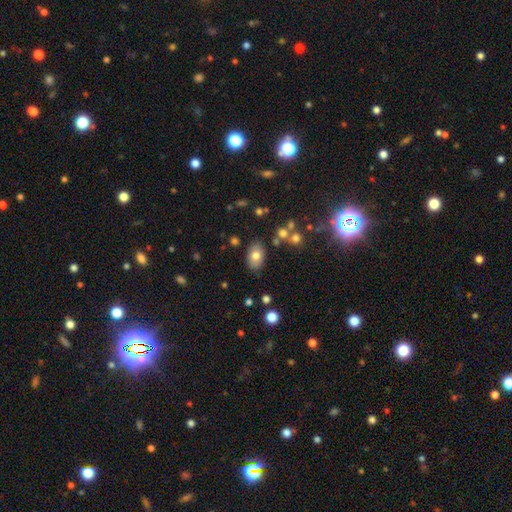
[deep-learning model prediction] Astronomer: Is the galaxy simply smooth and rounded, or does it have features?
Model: smooth — 76%.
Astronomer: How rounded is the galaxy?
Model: in between — 88%.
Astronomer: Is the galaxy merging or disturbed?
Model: none — 81%.